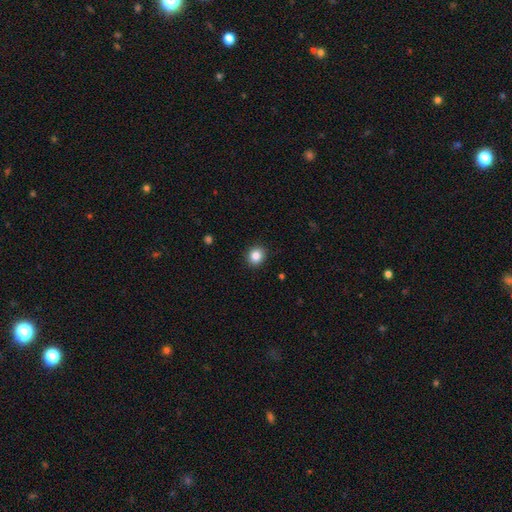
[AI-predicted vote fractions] A smooth galaxy with no disk features (85%) that is round (79%). Merging: none (91%).